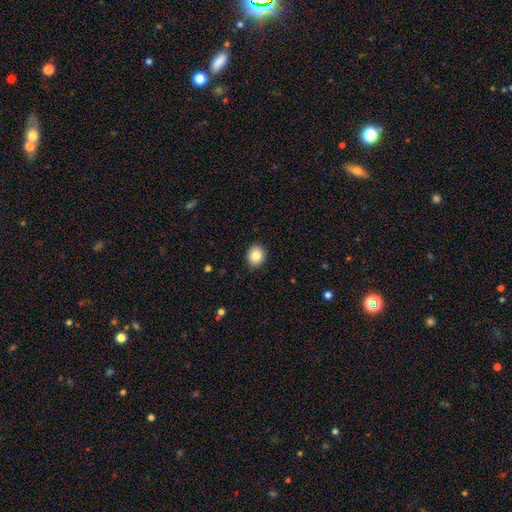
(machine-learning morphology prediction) Q: Smooth or featured?
A: smooth (84%); runner-up: star or artifact (9%)
Q: How rounded?
A: round (78%); runner-up: in between (21%)
Q: Merging?
A: none (89%); runner-up: minor disturbance (8%)